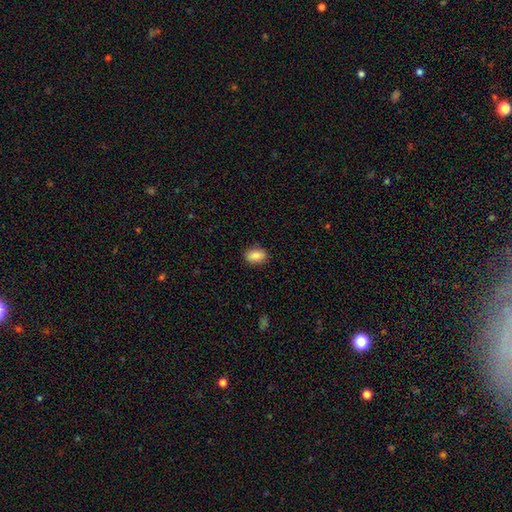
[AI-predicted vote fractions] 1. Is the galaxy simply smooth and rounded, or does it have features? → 84% smooth, 8% featured or disk, 8% star or artifact.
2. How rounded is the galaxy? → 82% in between, 16% round, 2% cigar-shaped.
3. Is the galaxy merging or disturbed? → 87% none, 9% minor disturbance, 2% major disturbance, 1% merger.